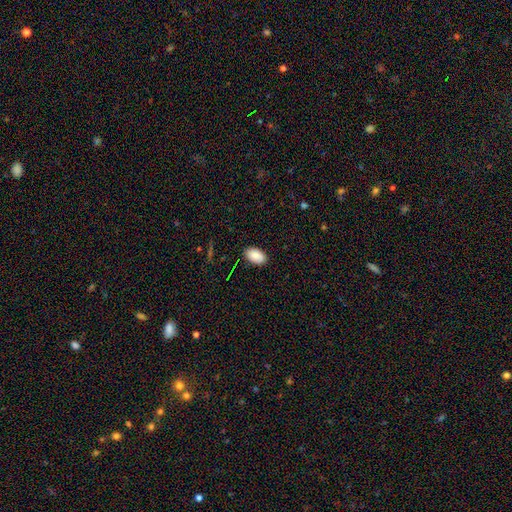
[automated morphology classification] Smooth or featured? smooth (87%)
How rounded? in between (93%)
Merging? none (88%)